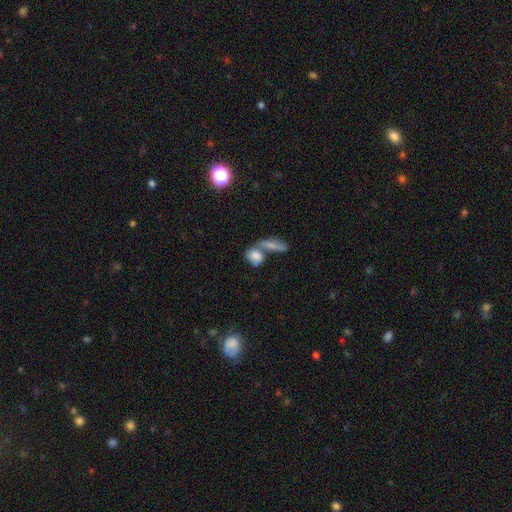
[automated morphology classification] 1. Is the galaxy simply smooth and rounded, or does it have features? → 80% smooth, 12% featured or disk, 8% star or artifact.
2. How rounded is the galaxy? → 64% in between, 27% round, 9% cigar-shaped.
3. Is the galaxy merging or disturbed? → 54% merger, 32% none, 9% minor disturbance, 5% major disturbance.